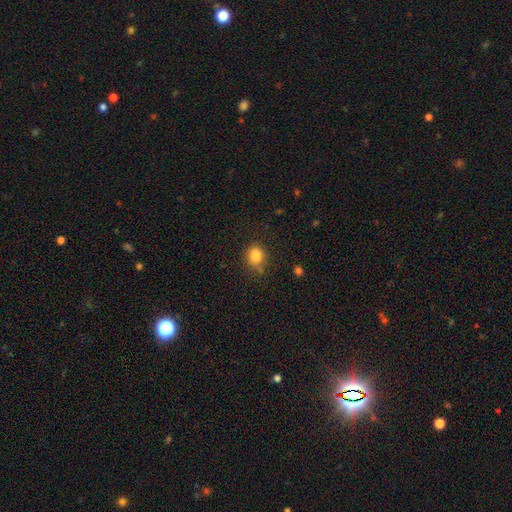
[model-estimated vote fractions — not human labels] smooth_or_featured: smooth (p=0.83) [alt: star or artifact p=0.11]
how_rounded: round (p=0.56) [alt: in between p=0.43]
merging: none (p=0.65) [alt: minor disturbance p=0.24]